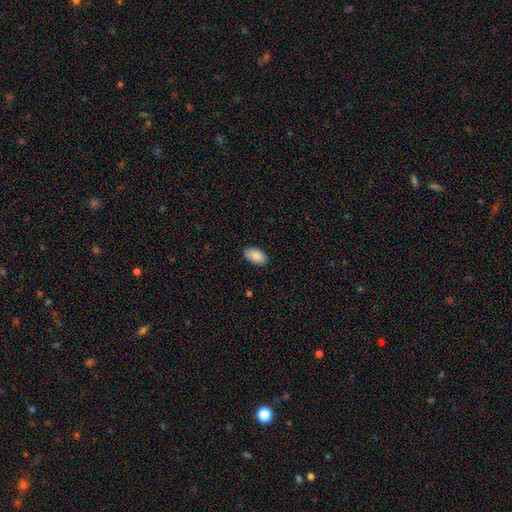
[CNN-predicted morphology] Smooth or featured: smooth — 89% (star or artifact — 7%)
How rounded: in between — 95% (round — 4%)
Merging: none — 88% (minor disturbance — 9%)